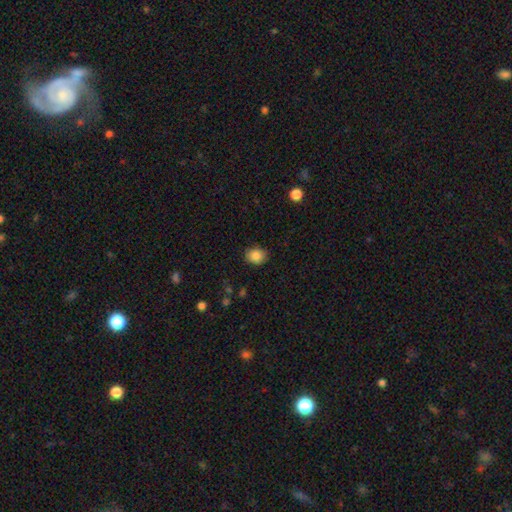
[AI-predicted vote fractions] smooth_or_featured: smooth (p=0.86) [alt: star or artifact p=0.09]
how_rounded: round (p=0.60) [alt: in between p=0.40]
merging: none (p=0.84) [alt: minor disturbance p=0.12]